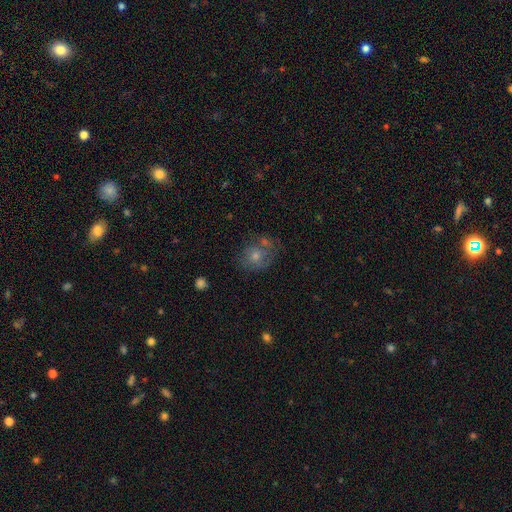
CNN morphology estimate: Q: Smooth or featured?
A: smooth (49%); runner-up: featured or disk (32%)
Q: Merging?
A: none (59%); runner-up: minor disturbance (18%)